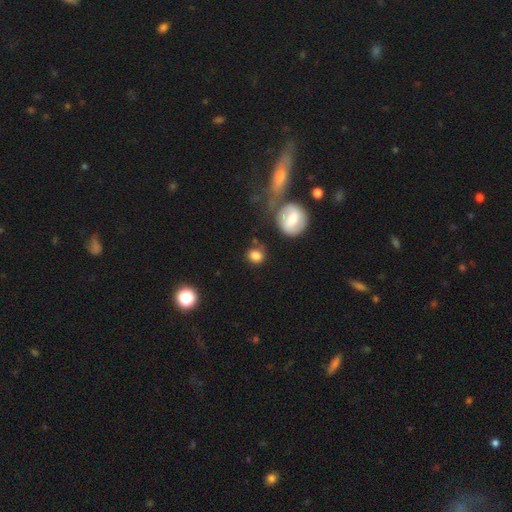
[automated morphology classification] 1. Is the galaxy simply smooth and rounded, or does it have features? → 80% smooth, 11% star or artifact, 9% featured or disk.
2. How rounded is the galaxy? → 76% round, 23% in between, 2% cigar-shaped.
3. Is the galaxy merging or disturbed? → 67% none, 18% minor disturbance, 8% merger, 7% major disturbance.